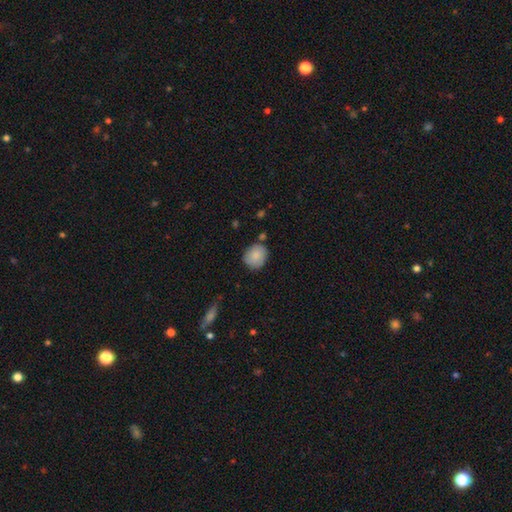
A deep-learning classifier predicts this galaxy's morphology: Smooth or featured? smooth (86%)
How rounded? round (76%)
Merging? none (77%)